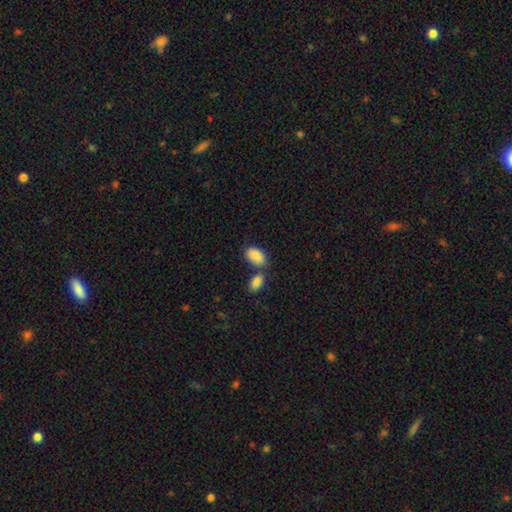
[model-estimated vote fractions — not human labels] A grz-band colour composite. It shows a smooth galaxy with no disk features (89%) that is in between round and cigar-shaped (94%). Merging: none (53%).